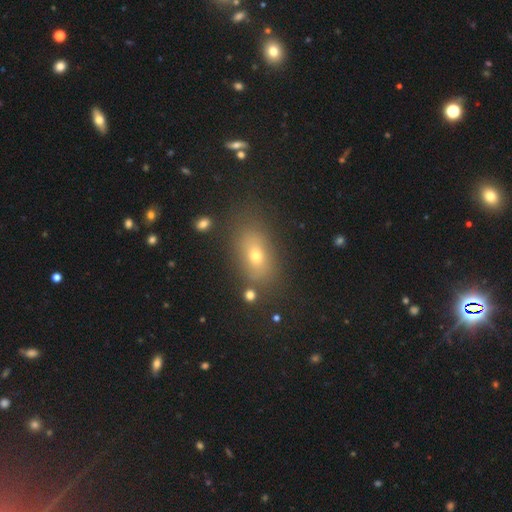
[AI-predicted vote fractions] This is likely a smooth galaxy (68%). How rounded: likely in between (80%). Merging: likely none (77%).